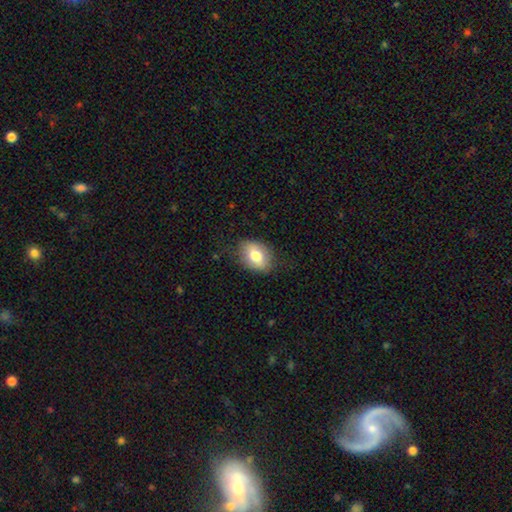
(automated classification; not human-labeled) Morphology: type=smooth (74%); roundness=in between (77%); merging=none (77%).